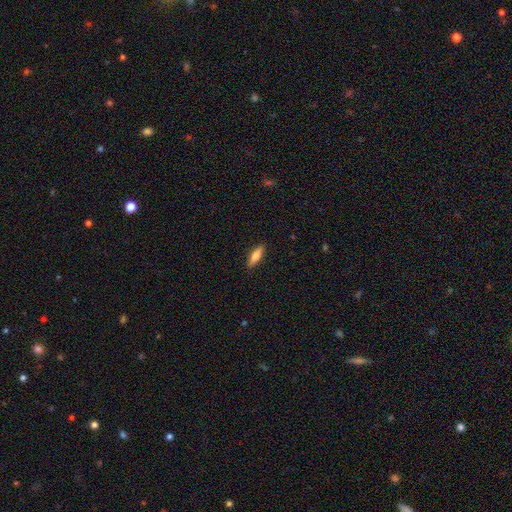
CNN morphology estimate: This appears to be a smooth galaxy with no disk features (69%) that is cigar-shaped (57%). Merging: none (89%).